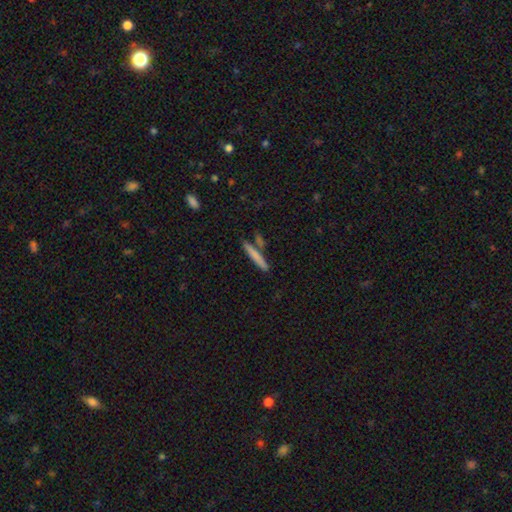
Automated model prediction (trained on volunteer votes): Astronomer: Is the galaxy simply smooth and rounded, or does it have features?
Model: smooth — 73%.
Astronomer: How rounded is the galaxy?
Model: cigar-shaped — 93%.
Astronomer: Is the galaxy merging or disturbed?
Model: none — 77%.